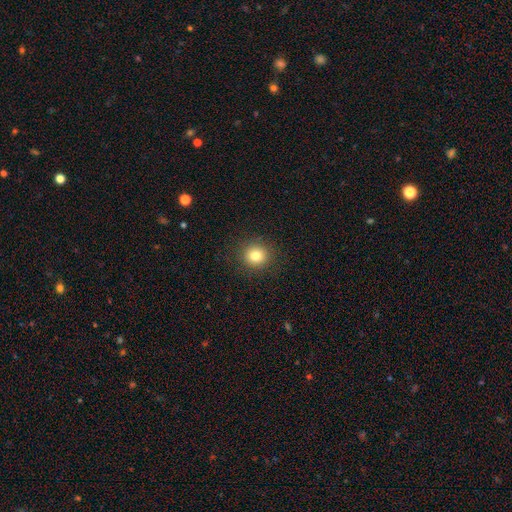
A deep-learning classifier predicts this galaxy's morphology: type=smooth (81%); roundness=round (89%); merging=none (90%).